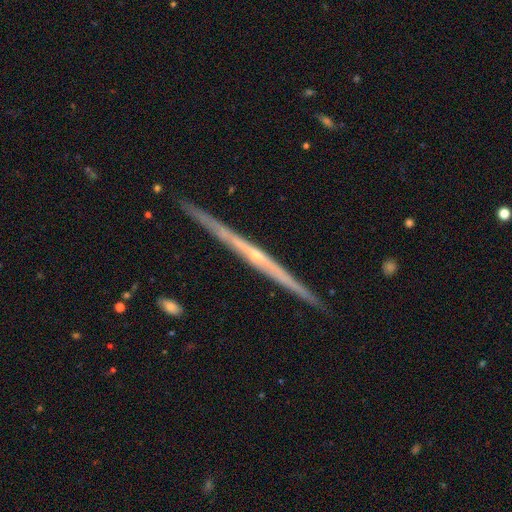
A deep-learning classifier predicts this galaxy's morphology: Smooth or featured? Predicted: featured or disk (p=0.83). Edge-on disk? Predicted: yes (p=0.98). Edge-on bulge? Predicted: rounded (p=0.53). Merging? Predicted: none (p=0.91).